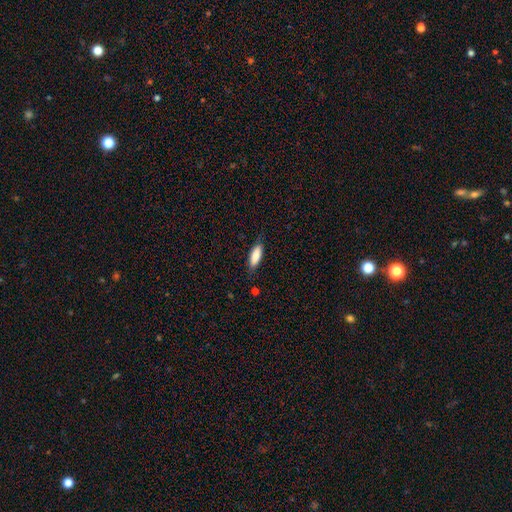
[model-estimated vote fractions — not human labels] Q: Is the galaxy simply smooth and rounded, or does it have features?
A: smooth — 83%.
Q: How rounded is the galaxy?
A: in between — 64%.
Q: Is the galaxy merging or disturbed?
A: none — 79%.